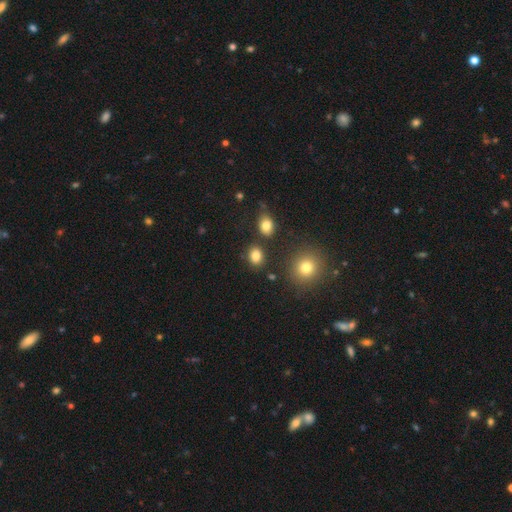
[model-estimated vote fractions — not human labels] smooth_or_featured: smooth (p=0.83) [alt: star or artifact p=0.11]
how_rounded: round (p=0.52) [alt: in between p=0.47]
merging: none (p=0.81) [alt: minor disturbance p=0.10]